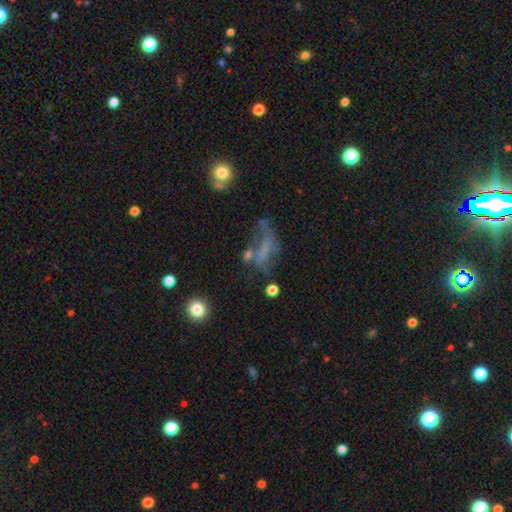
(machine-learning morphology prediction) Q: Smooth or featured?
A: featured or disk (42%); runner-up: smooth (37%)
Q: Merging?
A: major disturbance (37%); runner-up: none (29%)